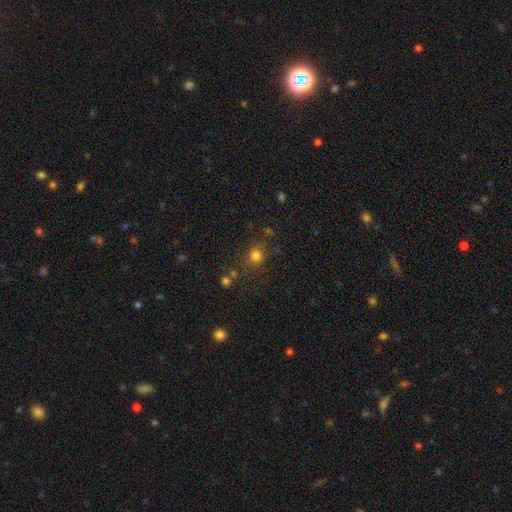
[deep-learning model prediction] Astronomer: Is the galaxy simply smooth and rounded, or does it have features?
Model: smooth — 77%.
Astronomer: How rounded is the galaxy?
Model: round — 83%.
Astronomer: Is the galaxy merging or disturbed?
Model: none — 76%.